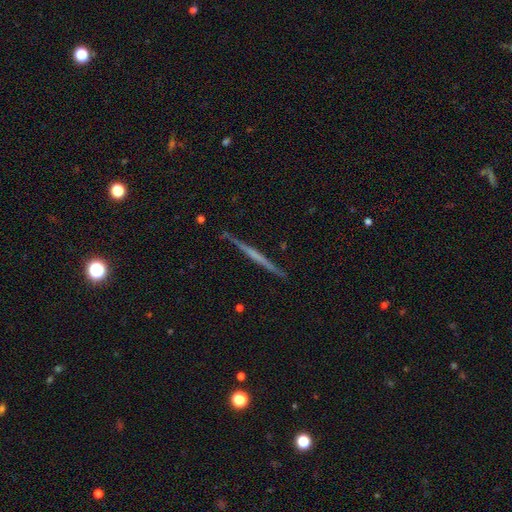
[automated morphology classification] smooth-or-featured: featured or disk: 67% | smooth: 27% | star or artifact: 6%
  disk-edge-on: yes: 98% | no: 2%
    edge-on-bulge: none: 79% | rounded: 12% | boxy: 8%
  merging: none: 90% | minor disturbance: 7% | major disturbance: 1% | merger: 1%